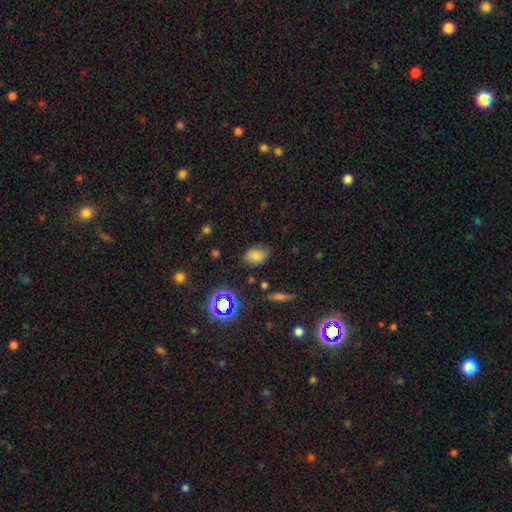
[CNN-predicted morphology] smooth 75%, star or artifact 17%, featured or disk 8%. Down the decision tree: how rounded — in between (77%); merging — none (79%).